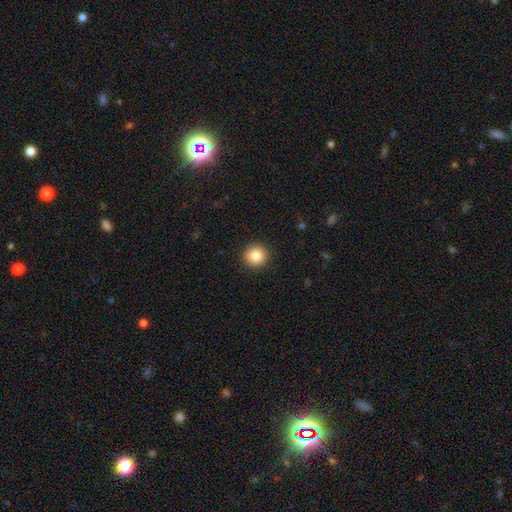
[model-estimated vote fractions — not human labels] Smooth or featured? Predicted: smooth (p=0.84). How rounded? Predicted: round (p=0.93). Merging? Predicted: none (p=0.92).